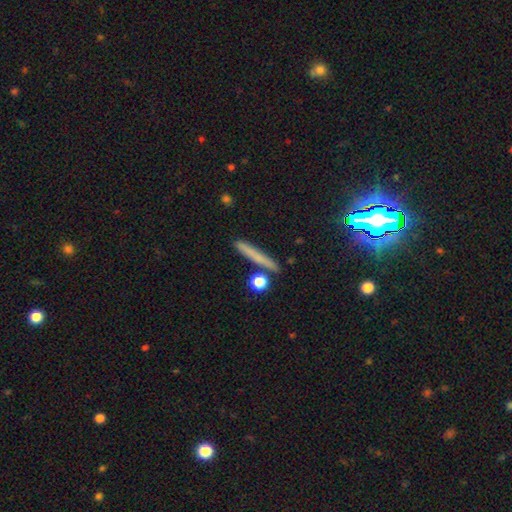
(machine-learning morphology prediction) smooth_or_featured: smooth (p=0.62) [alt: featured or disk p=0.24]
how_rounded: cigar-shaped (p=0.90) [alt: in between p=0.05]
merging: none (p=0.82) [alt: minor disturbance p=0.10]